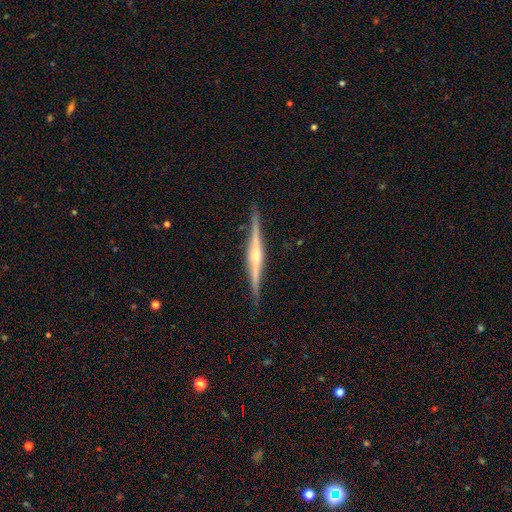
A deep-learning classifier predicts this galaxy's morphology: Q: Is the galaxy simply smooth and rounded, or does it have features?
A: featured or disk — 83%.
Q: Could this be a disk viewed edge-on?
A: yes — 98%.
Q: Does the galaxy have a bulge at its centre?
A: rounded — 78%.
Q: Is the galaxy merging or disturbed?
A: none — 90%.